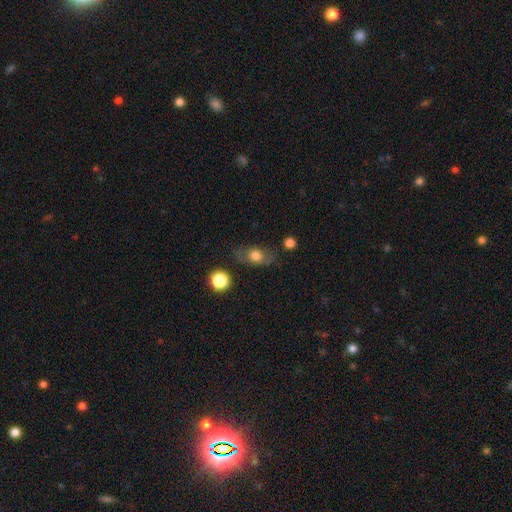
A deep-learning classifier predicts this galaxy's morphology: This appears to be a smooth galaxy with no disk features (67%) that is in between round and cigar-shaped (69%). Merging: none (66%).